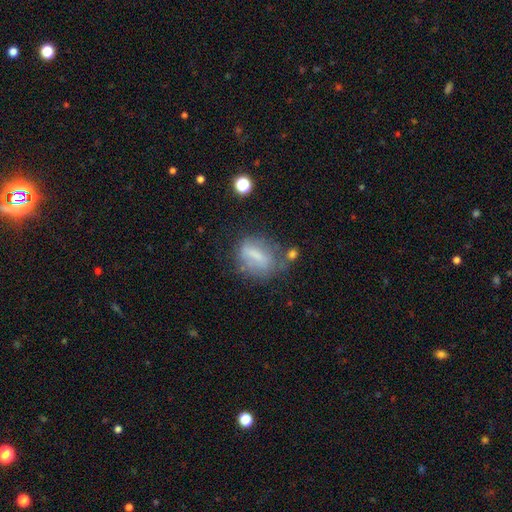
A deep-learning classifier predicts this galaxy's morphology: smooth-or-featured: smooth: 54% | featured or disk: 34% | star or artifact: 12%
  how-rounded: in between: 64% | round: 24% | cigar-shaped: 11%
  merging: none: 47% | minor disturbance: 26% | major disturbance: 17% | merger: 10%